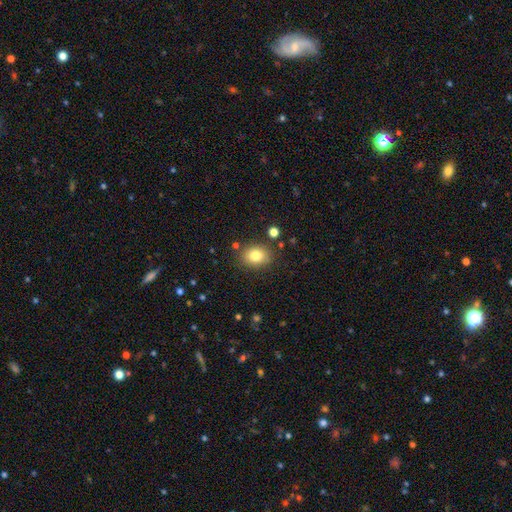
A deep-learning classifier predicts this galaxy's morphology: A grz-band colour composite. It shows a smooth galaxy with no disk features (81%) that is in between round and cigar-shaped (61%). Merging: none (83%).